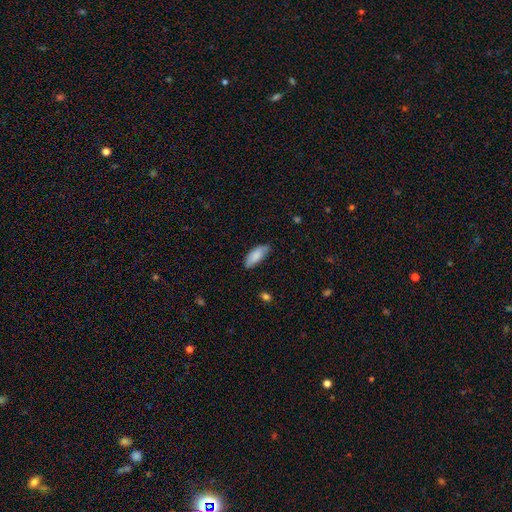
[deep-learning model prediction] This is clearly a smooth galaxy (85%). How rounded: likely in between (80%). Merging: likely none (74%).